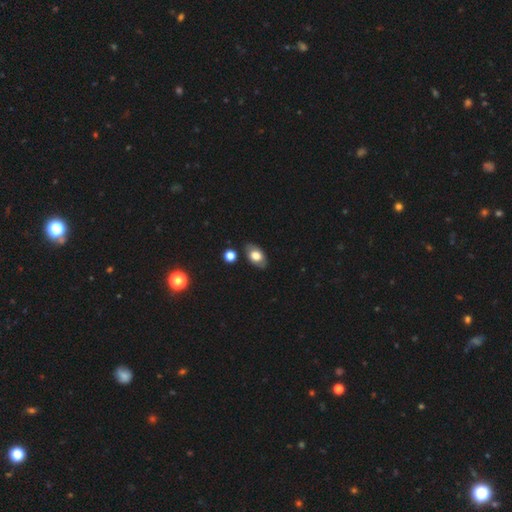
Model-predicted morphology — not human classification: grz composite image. It shows a smooth galaxy with no disk features (68%) that is in between round and cigar-shaped (88%). Merging: none (80%).